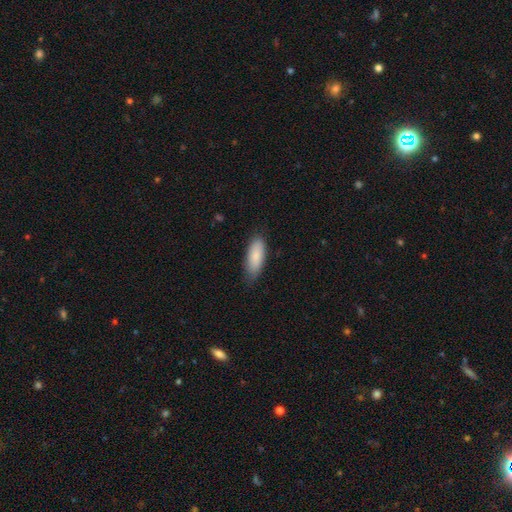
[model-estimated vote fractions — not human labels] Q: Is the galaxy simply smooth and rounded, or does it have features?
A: smooth — 85%.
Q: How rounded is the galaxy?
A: in between — 77%.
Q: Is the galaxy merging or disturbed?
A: none — 75%.